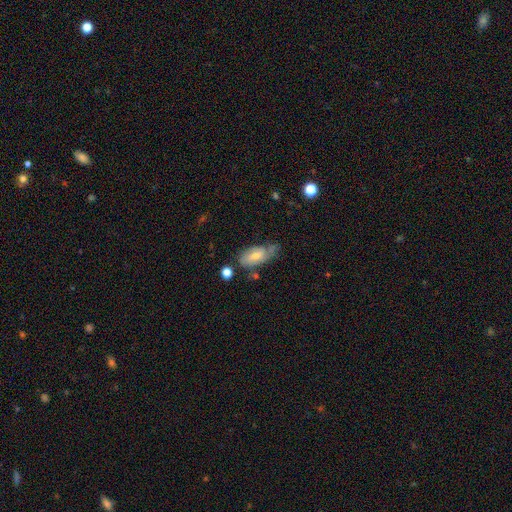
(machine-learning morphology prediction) smooth 48%, featured or disk 45%, star or artifact 7%. Down the decision tree: merging — none (45%).